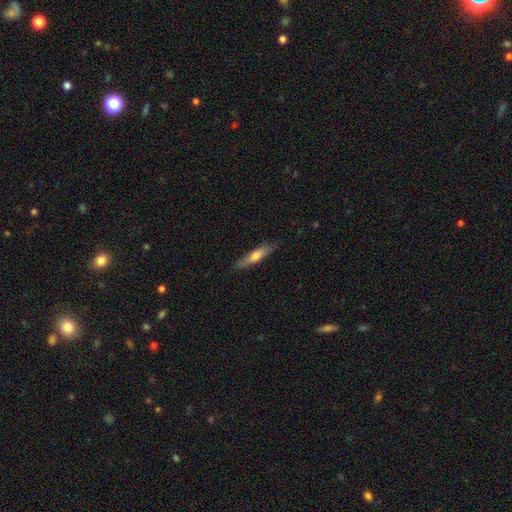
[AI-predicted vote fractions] A smooth galaxy with no disk features (64%) that is cigar-shaped (81%).

Vote fractions:
- Smooth or featured? smooth: 64% / featured or disk: 31% / star or artifact: 5%
- How rounded? cigar-shaped: 81% / in between: 17% / round: 2%
- Merging? none: 83% / minor disturbance: 13% / major disturbance: 2% / merger: 1%